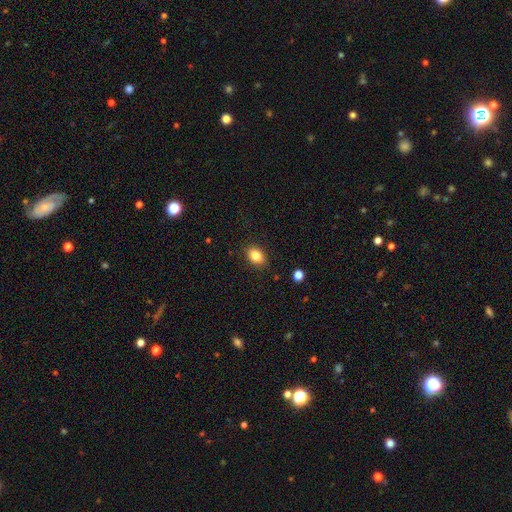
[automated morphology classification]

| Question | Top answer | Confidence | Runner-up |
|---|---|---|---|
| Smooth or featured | smooth | 85% | star or artifact (9%) |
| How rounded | in between | 79% | round (19%) |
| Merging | none | 87% | minor disturbance (9%) |